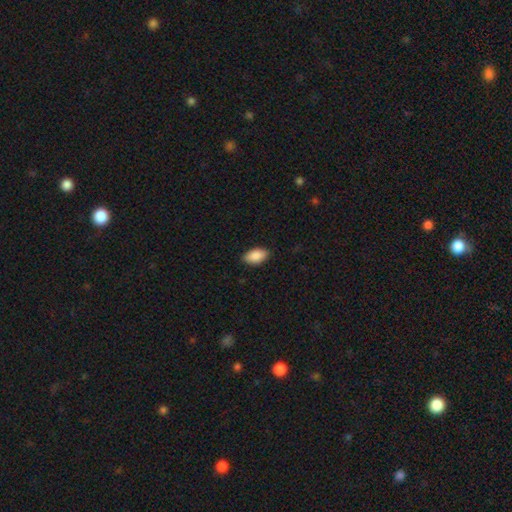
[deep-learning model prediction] Smooth or featured: smooth — 89% (star or artifact — 6%)
How rounded: in between — 94% (round — 3%)
Merging: none — 87% (minor disturbance — 10%)